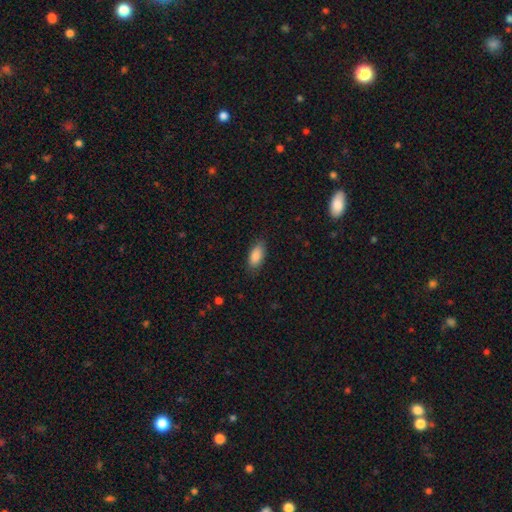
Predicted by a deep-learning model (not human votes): smooth_or_featured: smooth (p=0.88) [alt: star or artifact p=0.06]
how_rounded: in between (p=0.89) [alt: cigar-shaped p=0.08]
merging: none (p=0.84) [alt: minor disturbance p=0.13]